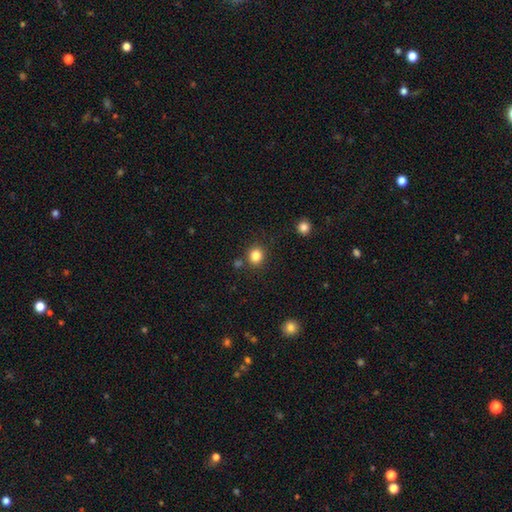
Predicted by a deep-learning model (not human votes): Smooth or featured? Predicted: smooth (p=0.84). How rounded? Predicted: round (p=0.81). Merging? Predicted: none (p=0.83).